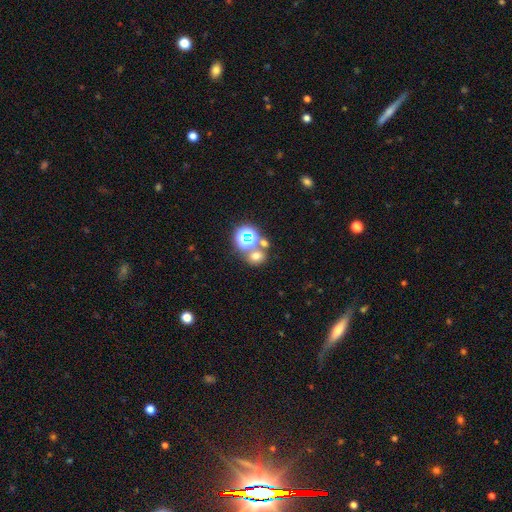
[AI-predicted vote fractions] Overall: smooth (61%; star or artifact 29%). How rounded: round (65%; in between 34%). Merging: none (60%; merger 27%).